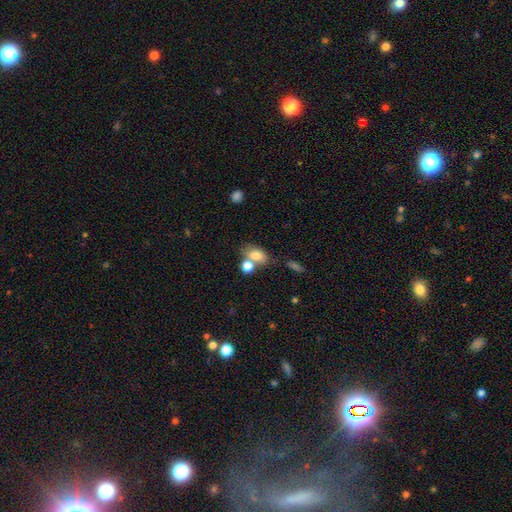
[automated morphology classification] Smooth or featured?
  - smooth: 79% *
  - featured or disk: 11%
  - star or artifact: 10%
How rounded?
  - in between: 76% *
  - round: 21%
  - cigar-shaped: 2%
Merging?
  - none: 44% *
  - merger: 38%
  - minor disturbance: 13%
  - major disturbance: 6%